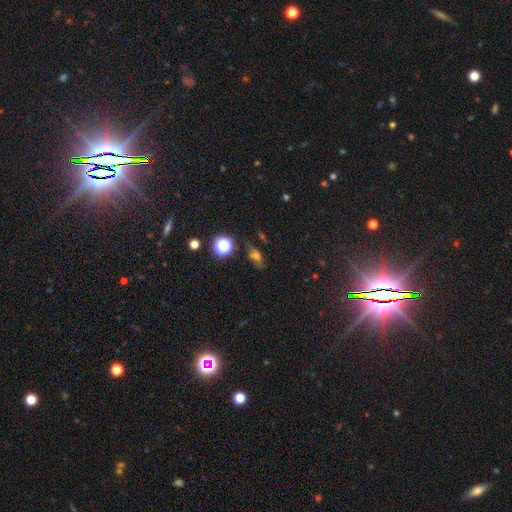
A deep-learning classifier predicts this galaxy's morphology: smooth_or_featured: smooth (p=0.46) [alt: star or artifact p=0.33]
merging: none (p=0.72) [alt: minor disturbance p=0.17]